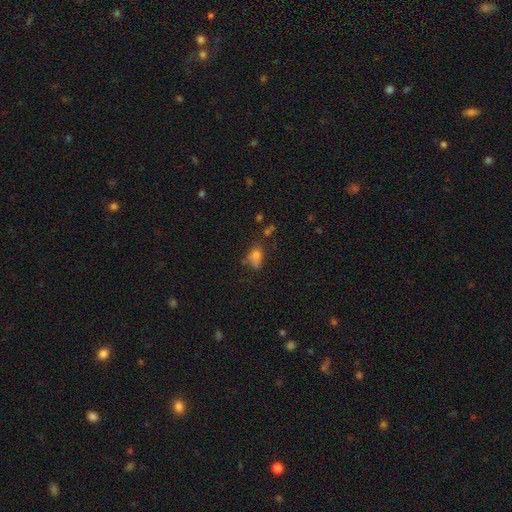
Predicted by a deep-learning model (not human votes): The model was most divided on "merging": none: 43%, minor disturbance: 27%, major disturbance: 16%, merger: 15%. More confident: how rounded — in between (78%); smooth or featured — smooth (71%).